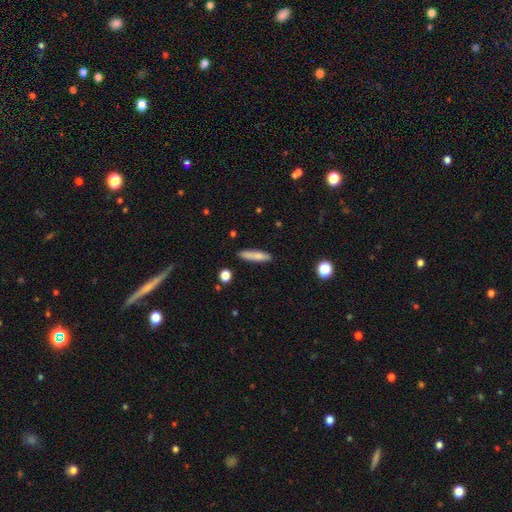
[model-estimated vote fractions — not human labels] Morphology: type=smooth (79%); roundness=cigar-shaped (83%); merging=none (84%).